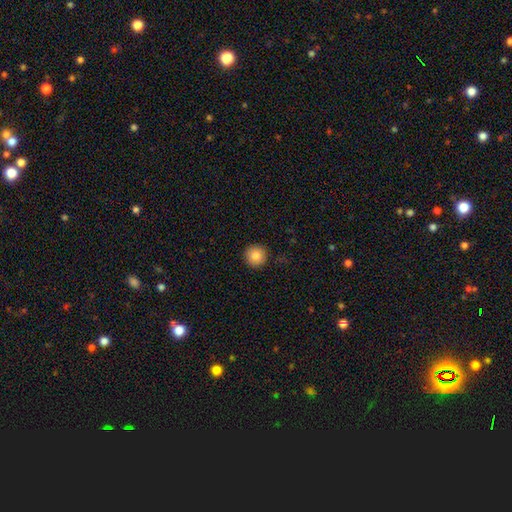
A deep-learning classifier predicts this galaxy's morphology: A smooth galaxy with no disk features (86%) that is round (95%).

Vote fractions:
- Smooth or featured? smooth: 86% / star or artifact: 9% / featured or disk: 5%
- How rounded? round: 95% / in between: 4% / cigar-shaped: 1%
- Merging? none: 92% / minor disturbance: 5% / major disturbance: 2% / merger: 1%